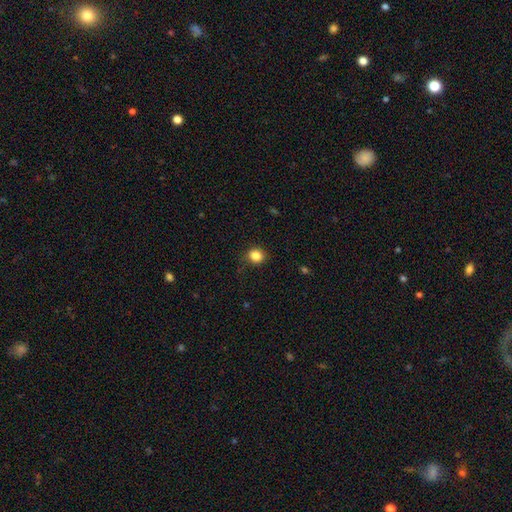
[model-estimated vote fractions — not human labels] Smooth or featured? Predicted: smooth (p=0.84). How rounded? Predicted: round (p=0.77). Merging? Predicted: none (p=0.85).